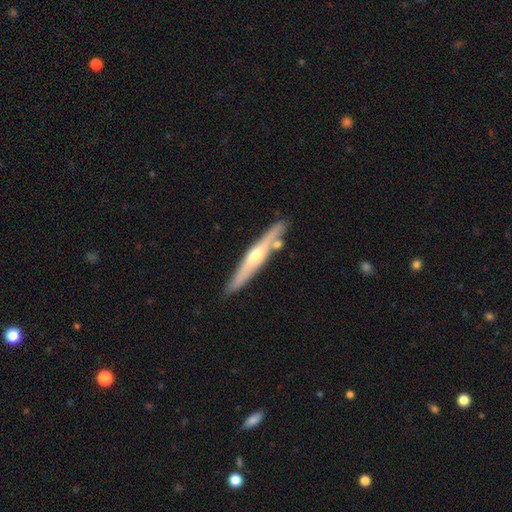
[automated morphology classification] The model was most divided on "smooth or featured": featured or disk: 65%, smooth: 30%, star or artifact: 5%. More confident: edge-on disk — yes (93%); edge-on bulge — rounded (85%); merging — none (81%).